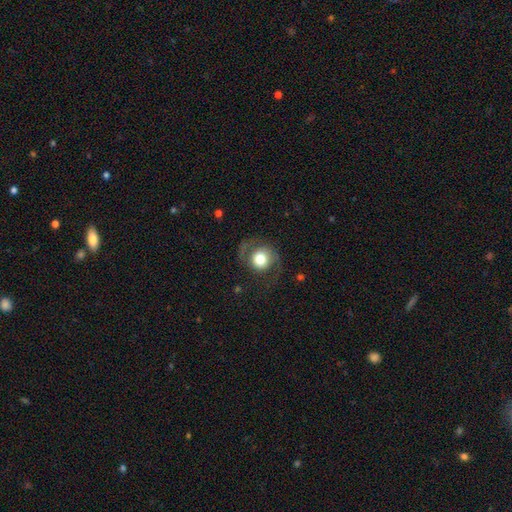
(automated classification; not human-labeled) smooth-or-featured: featured or disk: 58% | smooth: 33% | star or artifact: 9%
  disk-edge-on: no: 97% | yes: 3%
    bar: no: 74% | weak: 20% | strong: 6%
    has-spiral-arms: yes: 85% | no: 15%
    bulge-size: moderate: 43% | large: 41% | dominant: 11% | small: 5% | none: 1%
  merging: none: 69% | minor disturbance: 15% | major disturbance: 15% | merger: 1%